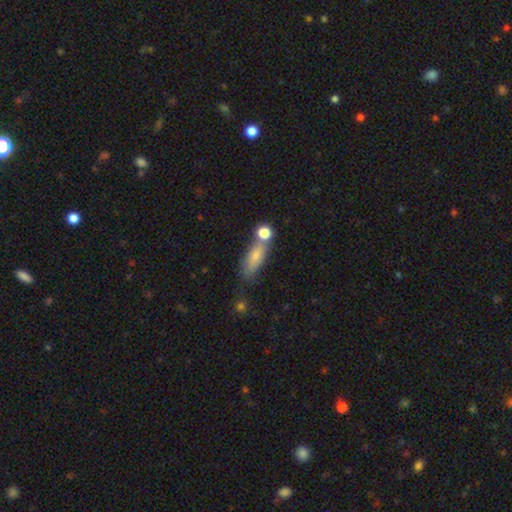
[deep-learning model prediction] Morphology: type=smooth (72%); roundness=in between (63%); merging=none (50%).